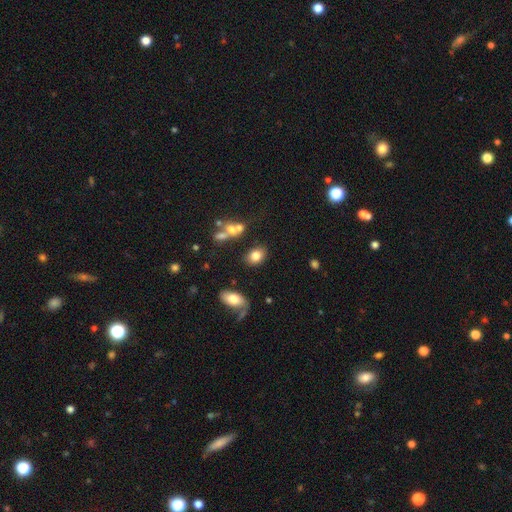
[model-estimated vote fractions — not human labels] Overall: smooth (79%). How rounded: in between (75%). Merging: none (74%).